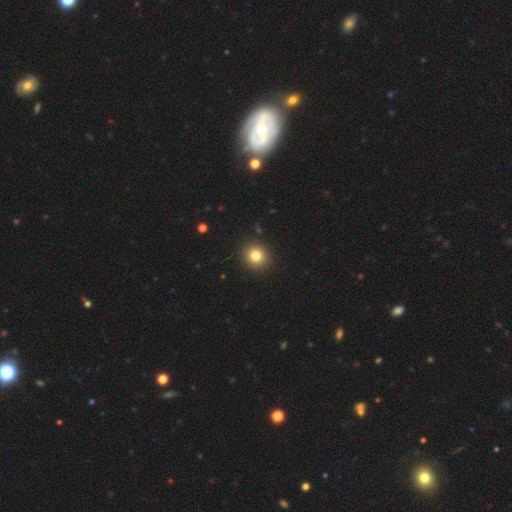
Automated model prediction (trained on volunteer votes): Smooth or featured? smooth (81%)
How rounded? round (89%)
Merging? none (91%)